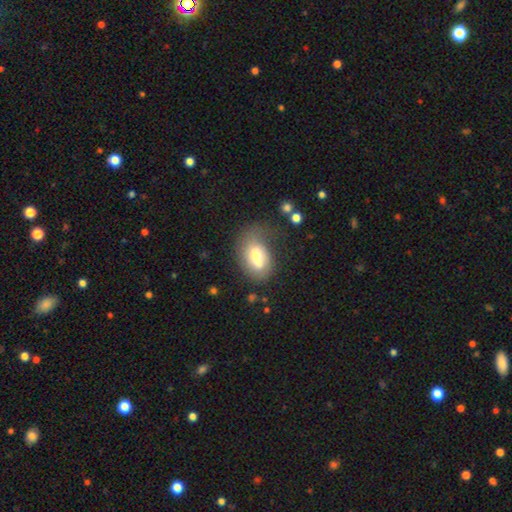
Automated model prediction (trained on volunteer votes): The model was most divided on "merging": none: 29%, merger: 28%, minor disturbance: 24%, major disturbance: 19%. More confident: how rounded — in between (83%); smooth or featured — smooth (61%).